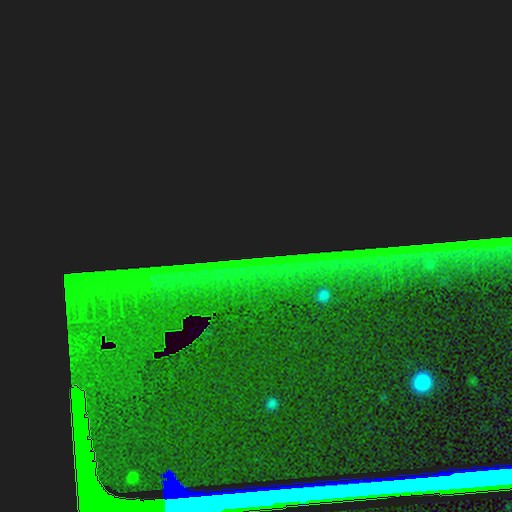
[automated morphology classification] Smooth or featured: star or artifact — 87% (featured or disk — 7%)